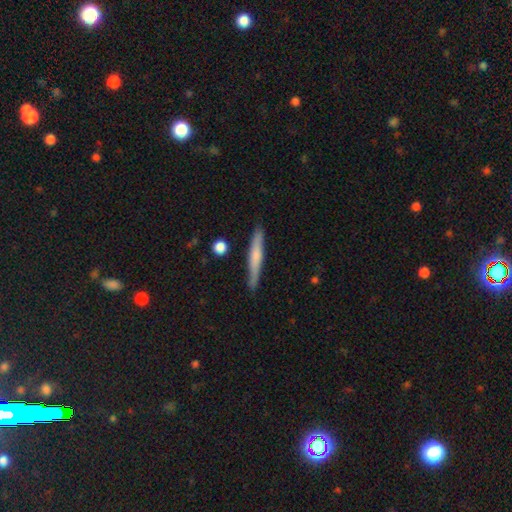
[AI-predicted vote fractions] This is possibly a smooth galaxy (54%). How rounded: clearly cigar-shaped (94%). Merging: clearly none (85%).